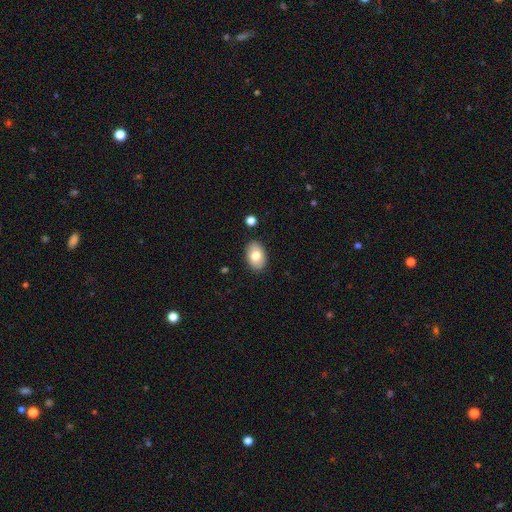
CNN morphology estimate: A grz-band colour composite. It shows a smooth galaxy with no disk features (80%) that is in between round and cigar-shaped (88%). Merging: none (87%).